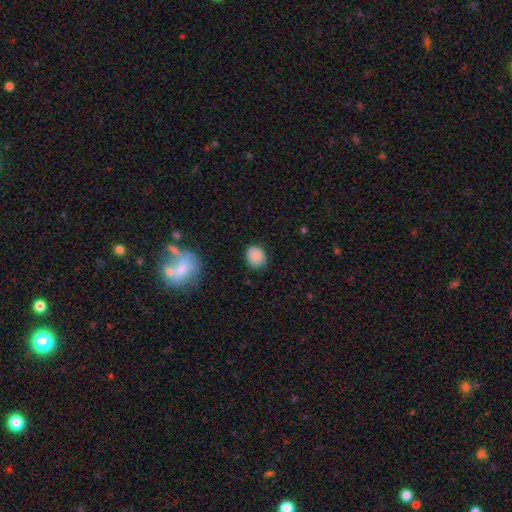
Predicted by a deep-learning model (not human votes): The model was most divided on "how rounded": round: 62%, in between: 37%, cigar-shaped: 1%. More confident: smooth or featured — smooth (86%); merging — none (83%).